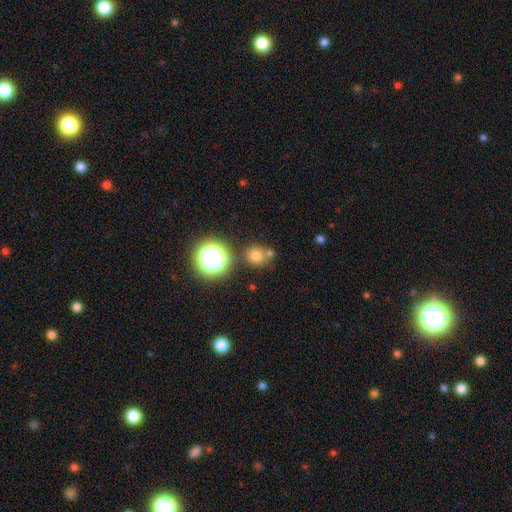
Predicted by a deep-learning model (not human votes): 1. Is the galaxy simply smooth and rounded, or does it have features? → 73% smooth, 19% star or artifact, 8% featured or disk.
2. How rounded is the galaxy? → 86% round, 13% in between, 1% cigar-shaped.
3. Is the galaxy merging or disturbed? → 71% none, 14% merger, 11% minor disturbance, 4% major disturbance.